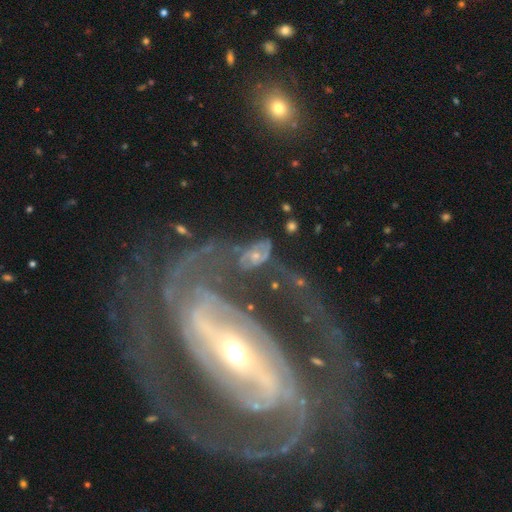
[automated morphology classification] Smooth or featured: featured or disk — 66% (smooth — 21%)
Edge-on disk: no — 93% (yes — 7%)
Bar: no — 62% (weak — 26%)
Spiral arms: yes — 78% (no — 22%)
Bulge size: moderate — 46% (small — 45%)
Merging: none — 46% (minor disturbance — 22%)